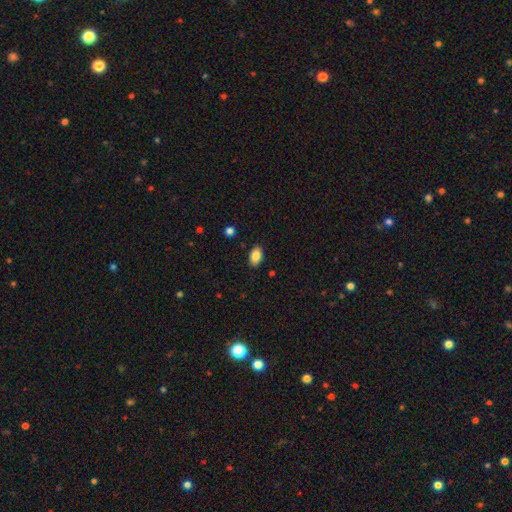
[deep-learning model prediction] Smooth or featured? Predicted: smooth (p=0.85). How rounded? Predicted: in between (p=0.91). Merging? Predicted: none (p=0.88).